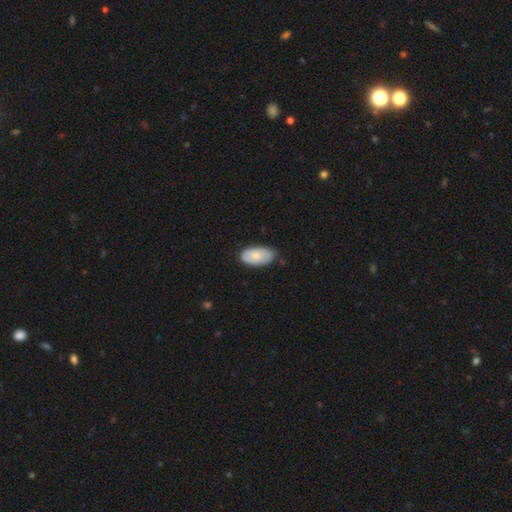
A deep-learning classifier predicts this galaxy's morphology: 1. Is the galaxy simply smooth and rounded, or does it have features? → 76% smooth, 18% featured or disk, 6% star or artifact.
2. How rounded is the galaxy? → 95% in between, 3% round, 2% cigar-shaped.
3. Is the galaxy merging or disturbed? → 68% none, 27% minor disturbance, 4% major disturbance, 2% merger.